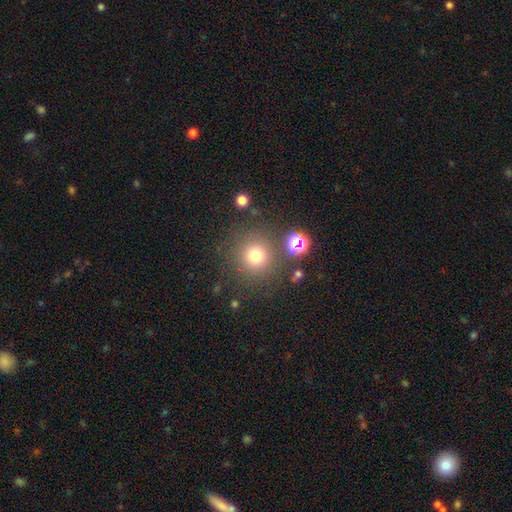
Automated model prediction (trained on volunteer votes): This is likely a smooth galaxy (75%). How rounded: clearly round (93%). Merging: clearly none (81%).